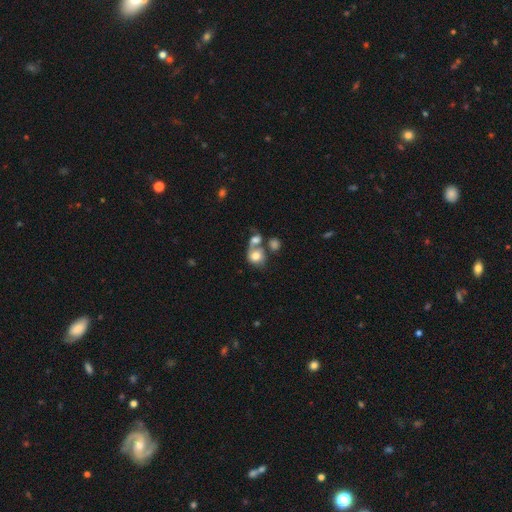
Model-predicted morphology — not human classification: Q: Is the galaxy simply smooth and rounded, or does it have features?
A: smooth — 67%.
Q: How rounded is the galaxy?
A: round — 66%.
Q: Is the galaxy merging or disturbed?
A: merger — 58%.